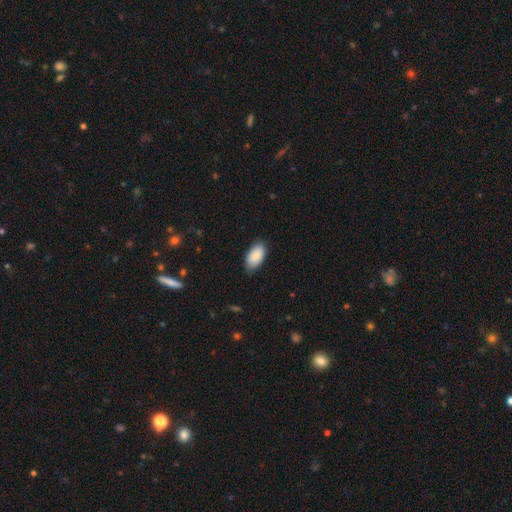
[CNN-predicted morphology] smooth_or_featured: smooth (p=0.87) [alt: featured or disk p=0.07]
how_rounded: in between (p=0.95) [alt: round p=0.03]
merging: none (p=0.79) [alt: minor disturbance p=0.18]